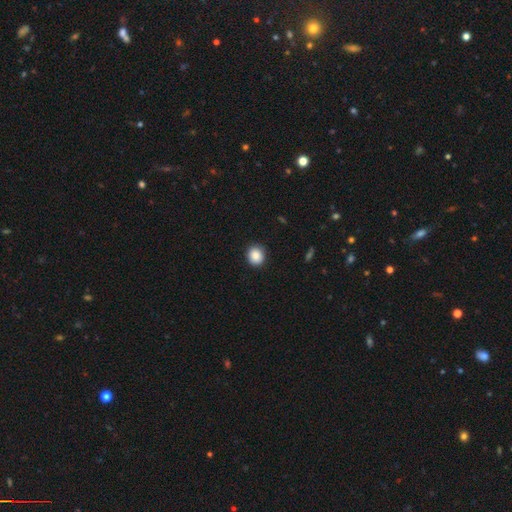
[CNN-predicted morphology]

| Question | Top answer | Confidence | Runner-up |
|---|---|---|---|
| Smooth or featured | smooth | 88% | star or artifact (8%) |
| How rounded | round | 77% | in between (22%) |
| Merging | none | 89% | minor disturbance (8%) |